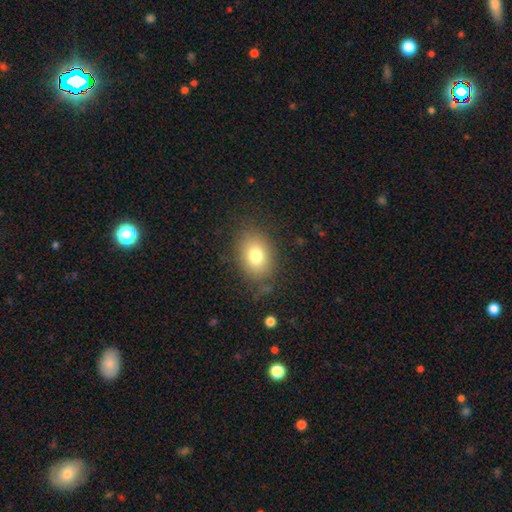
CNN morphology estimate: The model was most divided on "how rounded": in between: 69%, round: 30%, cigar-shaped: 1%. More confident: merging — none (80%); smooth or featured — smooth (78%).